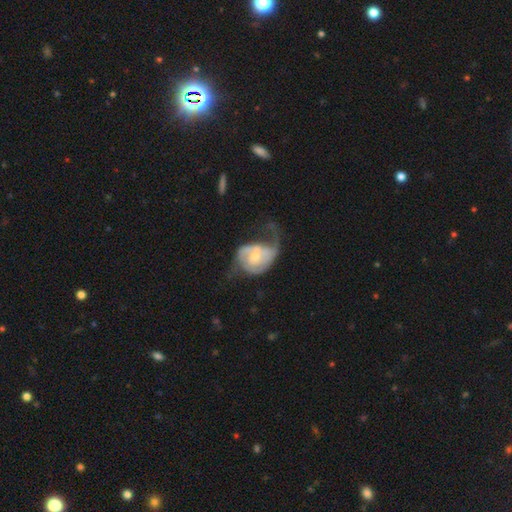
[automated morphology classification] Smooth or featured?
  - featured or disk: 78% *
  - smooth: 16%
  - star or artifact: 5%
Edge-on disk?
  - no: 97% *
  - yes: 3%
Bar?
  - no: 65% *
  - weak: 30%
  - strong: 5%
Spiral arms?
  - yes: 91% *
  - no: 9%
Spiral winding?
  - medium: 38% *
  - loose: 35%
  - tight: 28%
Spiral arm count?
  - 2: 67% *
  - 1: 15%
  - can't tell: 11%
  - 3: 4%
  - 4: 2%
  - more than 4: 2%
Bulge size?
  - small: 46% *
  - moderate: 43%
  - none: 5%
  - large: 5%
  - dominant: 1%
Merging?
  - major disturbance: 43% *
  - none: 29%
  - minor disturbance: 22%
  - merger: 5%